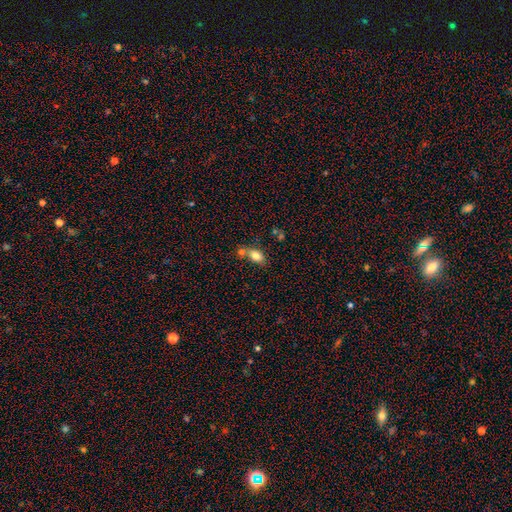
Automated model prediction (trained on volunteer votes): Smooth or featured? smooth (80%)
How rounded? in between (83%)
Merging? none (47%)